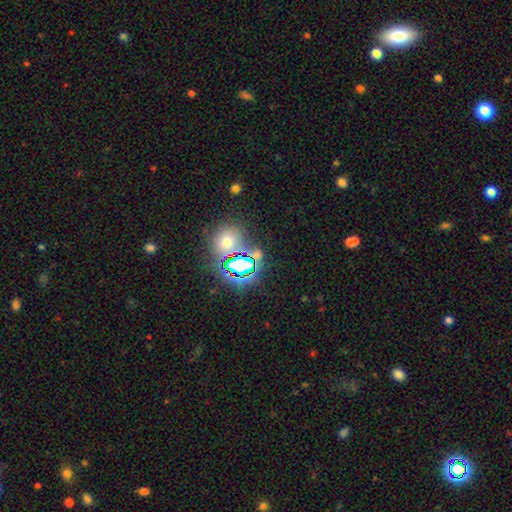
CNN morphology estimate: Smooth or featured: star or artifact — 61% (smooth — 29%)